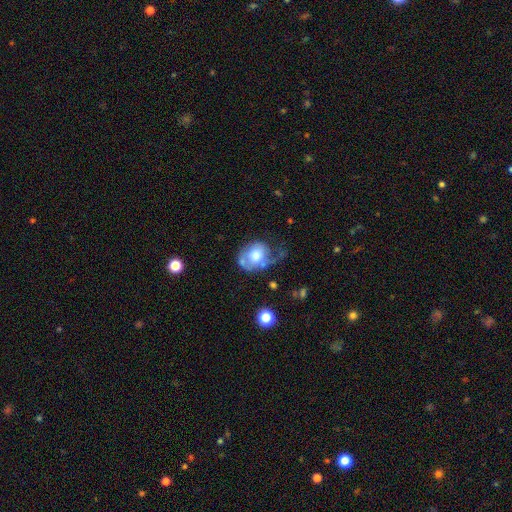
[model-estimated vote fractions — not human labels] Smooth or featured: featured or disk — 48% (smooth — 45%)
Merging: major disturbance — 36% (none — 28%)